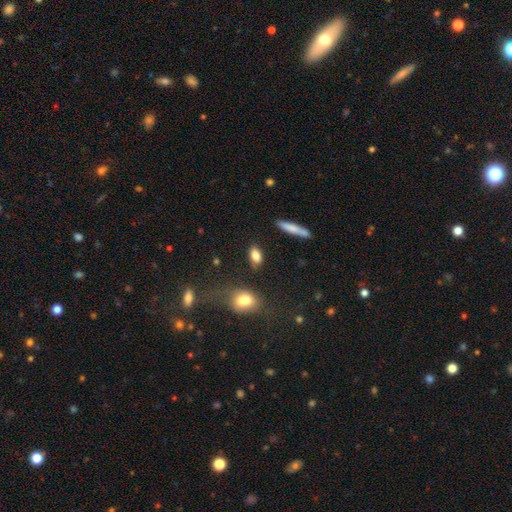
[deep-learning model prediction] Morphology: type=smooth (82%); roundness=in between (81%); merging=none (80%).